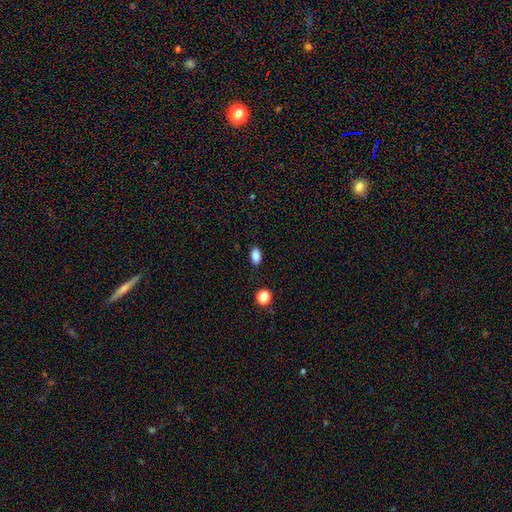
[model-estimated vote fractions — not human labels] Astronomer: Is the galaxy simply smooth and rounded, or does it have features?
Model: smooth — 87%.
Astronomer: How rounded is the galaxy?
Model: in between — 89%.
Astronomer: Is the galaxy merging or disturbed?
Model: none — 88%.